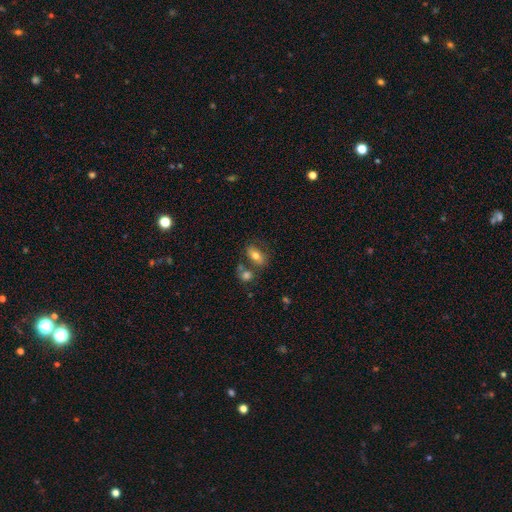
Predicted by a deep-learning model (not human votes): Smooth or featured?
  - smooth: 70% *
  - featured or disk: 21%
  - star or artifact: 9%
How rounded?
  - in between: 87% *
  - round: 10%
  - cigar-shaped: 4%
Merging?
  - none: 56% *
  - merger: 25%
  - minor disturbance: 14%
  - major disturbance: 6%